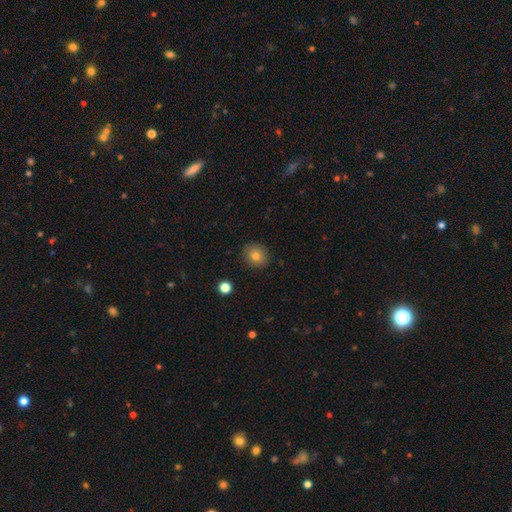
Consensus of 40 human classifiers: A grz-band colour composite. It shows a smooth galaxy with no disk features (80%) that is round (81%). Merging: none (95%).